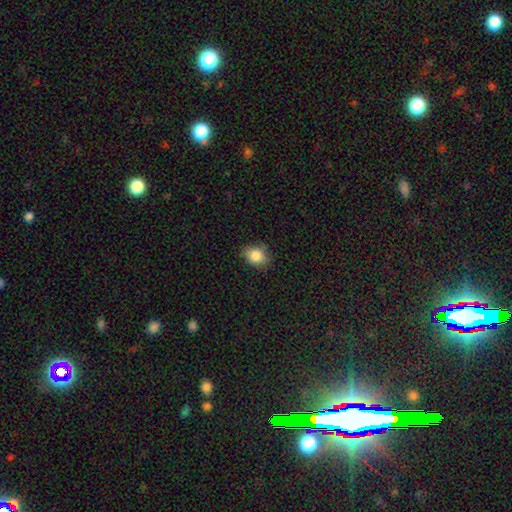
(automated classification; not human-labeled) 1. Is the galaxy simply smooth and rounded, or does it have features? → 85% smooth, 9% star or artifact, 6% featured or disk.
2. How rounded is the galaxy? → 60% in between, 39% round, 1% cigar-shaped.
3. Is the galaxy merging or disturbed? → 75% none, 20% minor disturbance, 4% major disturbance, 1% merger.